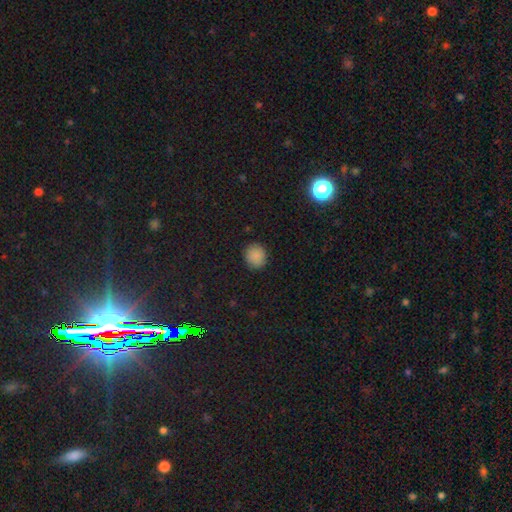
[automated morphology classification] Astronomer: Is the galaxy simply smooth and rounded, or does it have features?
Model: smooth — 86%.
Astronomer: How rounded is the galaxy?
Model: round — 87%.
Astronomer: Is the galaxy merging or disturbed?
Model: none — 88%.